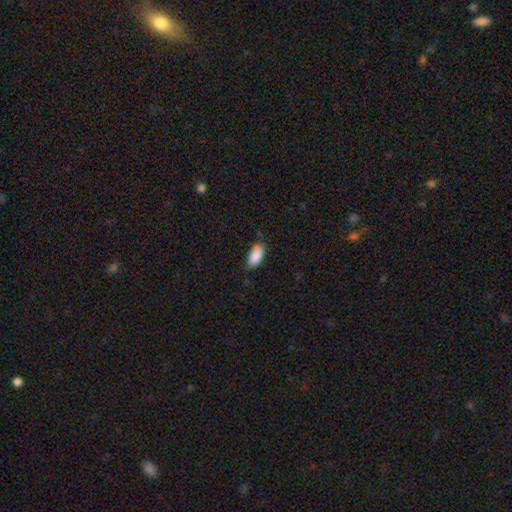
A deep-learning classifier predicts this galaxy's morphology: type=smooth (89%); roundness=in between (91%); merging=none (79%).